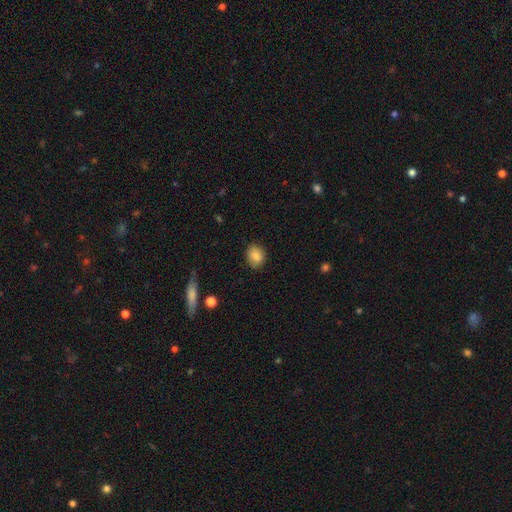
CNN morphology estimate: Smooth or featured? smooth (86%)
How rounded? round (53%)
Merging? none (82%)